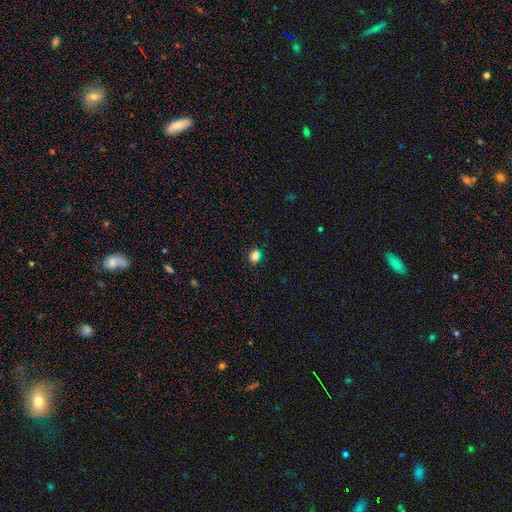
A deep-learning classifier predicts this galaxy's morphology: type=smooth (79%); roundness=round (66%); merging=none (88%).